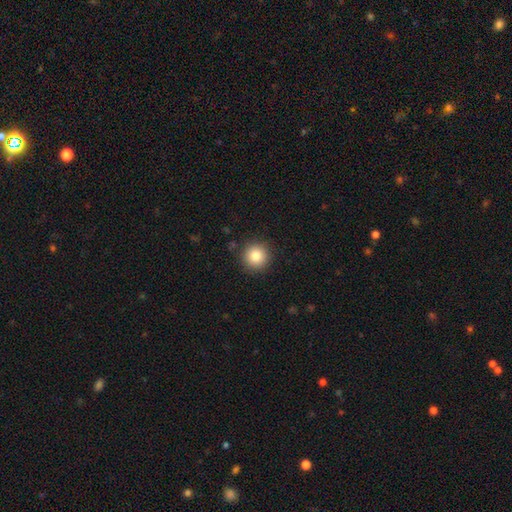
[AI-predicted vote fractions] smooth 82%, star or artifact 11%, featured or disk 7%. Down the decision tree: how rounded — round (95%); merging — none (90%).